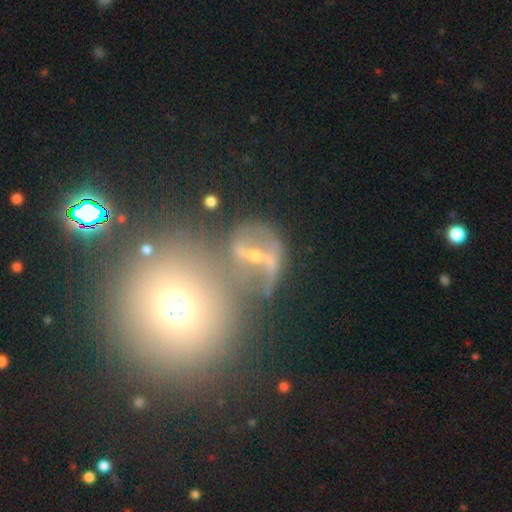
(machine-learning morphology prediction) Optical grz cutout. It shows a featured or disk galaxy (62%) with a strong bar (40%), spiral arms (62%) and a small central bulge (53%). Merging: none (42%).